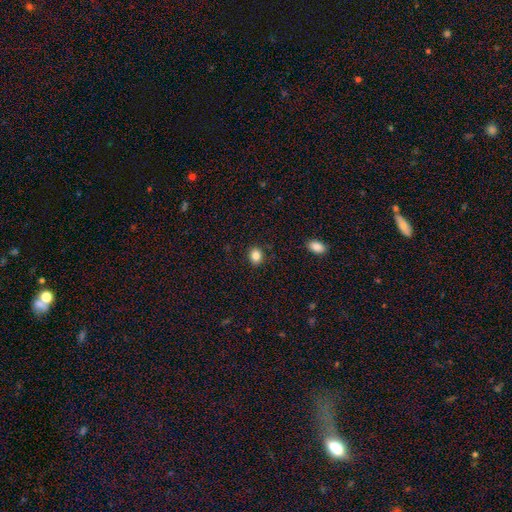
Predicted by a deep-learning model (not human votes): smooth-or-featured: smooth: 85% | star or artifact: 10% | featured or disk: 5%
  how-rounded: round: 50% | in between: 49% | cigar-shaped: 1%
  merging: none: 88% | minor disturbance: 9% | major disturbance: 2% | merger: 1%